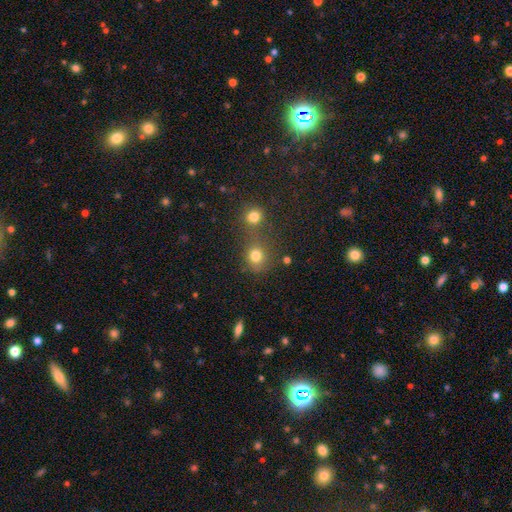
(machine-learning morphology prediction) type=smooth (79%); roundness=round (81%); merging=none (56%).